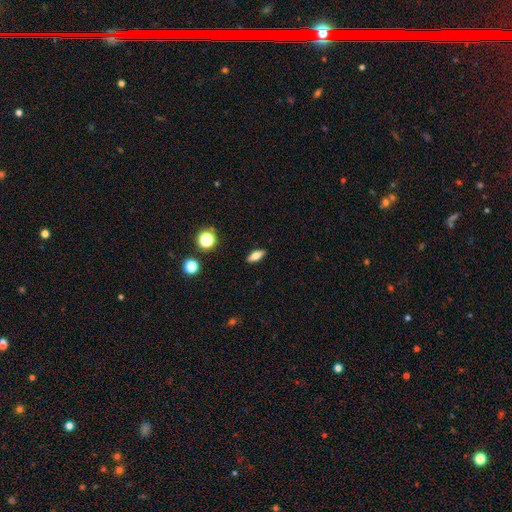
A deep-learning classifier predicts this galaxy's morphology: Overall: smooth (66%). How rounded: in between (71%). Merging: none (89%).